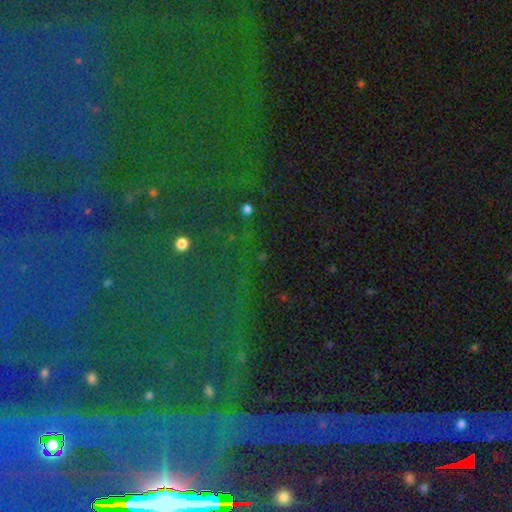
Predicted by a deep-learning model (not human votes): A star or artifact, not a galaxy (79%).

Vote fractions:
- Smooth or featured? star or artifact: 79% / featured or disk: 10% / smooth: 10%